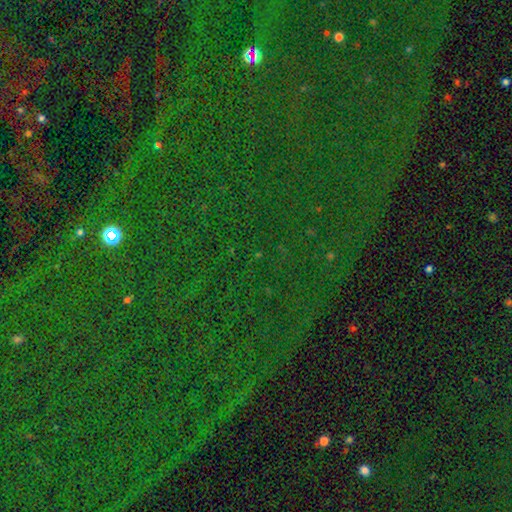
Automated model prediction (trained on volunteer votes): A star or artifact, not a galaxy (85%).

Vote fractions:
- Smooth or featured? star or artifact: 85% / smooth: 8% / featured or disk: 7%